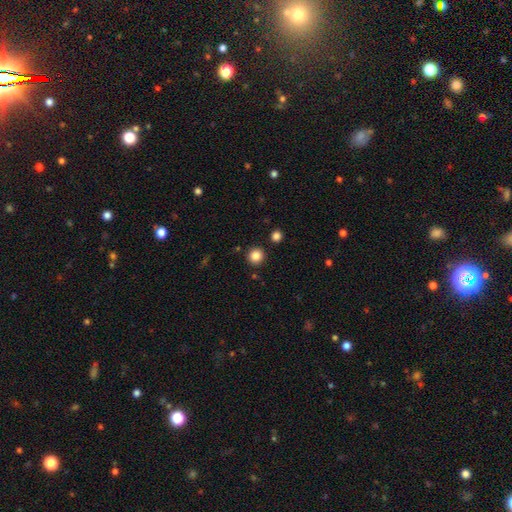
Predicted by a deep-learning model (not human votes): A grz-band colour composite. It shows a smooth galaxy with no disk features (85%) that is round (94%). Merging: none (90%).